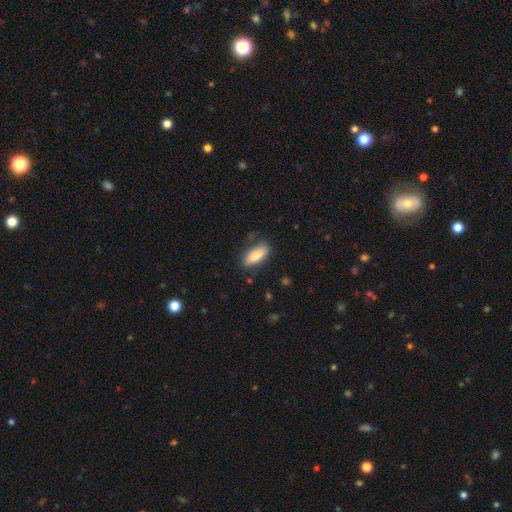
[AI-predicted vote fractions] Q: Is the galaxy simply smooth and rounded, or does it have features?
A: smooth — 81%.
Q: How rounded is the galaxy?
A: in between — 76%.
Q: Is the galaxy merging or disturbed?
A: none — 79%.